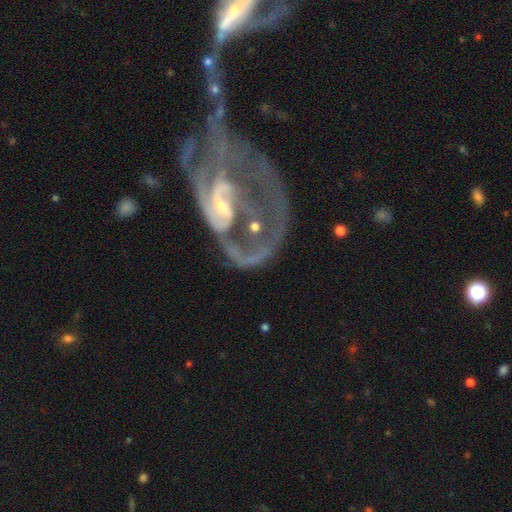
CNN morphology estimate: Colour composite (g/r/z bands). It shows a featured or disk galaxy (83%) with no bar (40%), 2 (51%) medium (40%) spiral arms (83%) and a small central bulge (63%). Merging: major disturbance (40%).